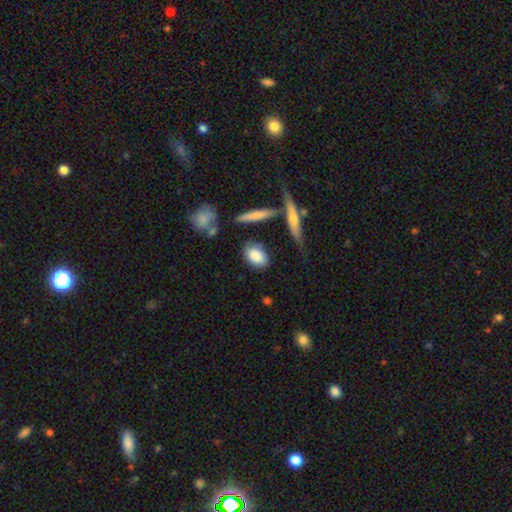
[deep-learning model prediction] Smooth or featured? Predicted: smooth (p=0.83). How rounded? Predicted: in between (p=0.82). Merging? Predicted: none (p=0.72).